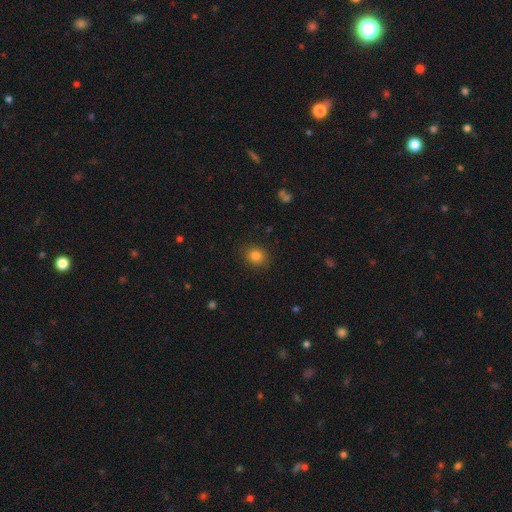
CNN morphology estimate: A smooth galaxy with no disk features (83%) that is round (76%).

Vote fractions:
- Smooth or featured? smooth: 83% / star or artifact: 12% / featured or disk: 6%
- How rounded? round: 76% / in between: 23% / cigar-shaped: 1%
- Merging? none: 88% / minor disturbance: 8% / major disturbance: 2% / merger: 1%